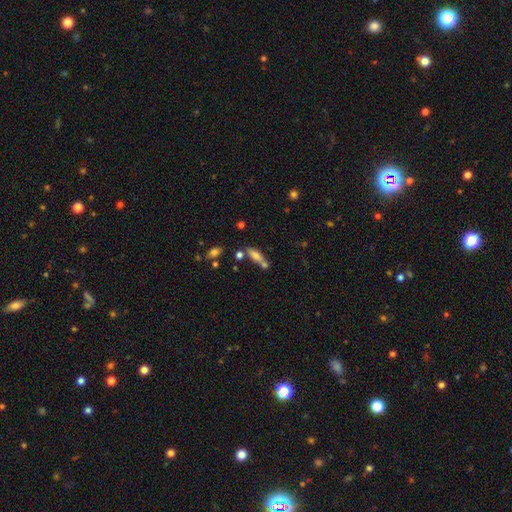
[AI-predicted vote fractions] A smooth galaxy with no disk features (67%) that is in between round and cigar-shaped (53%).

Vote fractions:
- Smooth or featured? smooth: 67% / featured or disk: 24% / star or artifact: 10%
- How rounded? in between: 53% / cigar-shaped: 44% / round: 3%
- Merging? none: 51% / merger: 28% / minor disturbance: 15% / major disturbance: 5%